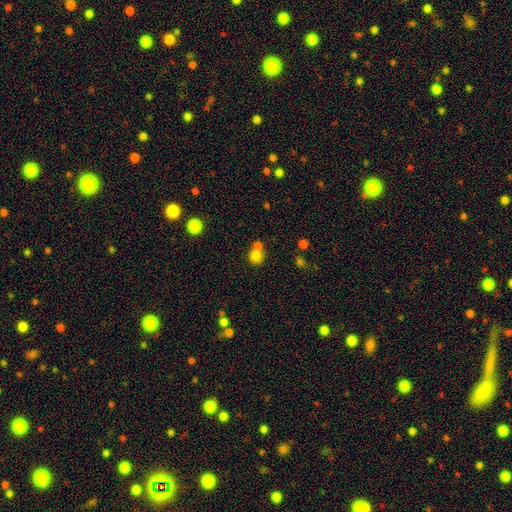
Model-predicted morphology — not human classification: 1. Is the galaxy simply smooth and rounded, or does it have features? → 78% smooth, 13% star or artifact, 9% featured or disk.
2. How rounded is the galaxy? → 85% round, 14% in between, 1% cigar-shaped.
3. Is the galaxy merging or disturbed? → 47% none, 43% merger, 7% minor disturbance, 3% major disturbance.